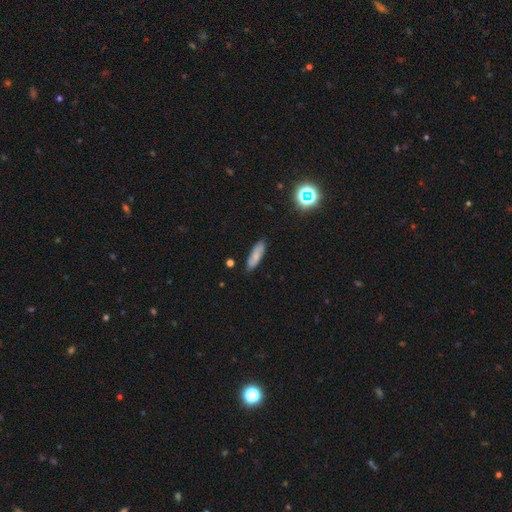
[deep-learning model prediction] The model was most divided on "how rounded": cigar-shaped: 51%, in between: 47%, round: 2%. More confident: merging — none (83%); smooth or featured — smooth (74%).